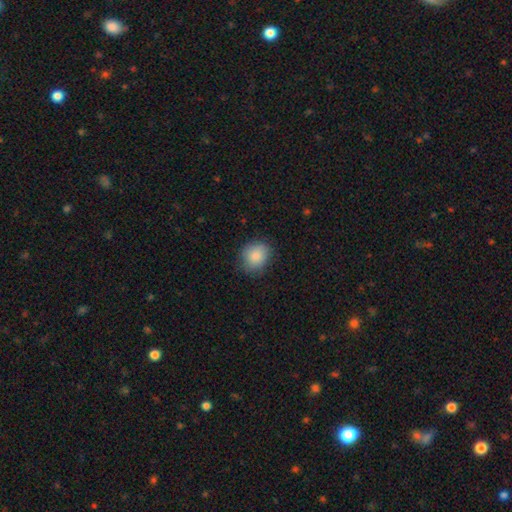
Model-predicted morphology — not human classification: The model was most divided on "how rounded": round: 74%, in between: 26%, cigar-shaped: 1%. More confident: smooth or featured — smooth (87%); merging — none (79%).